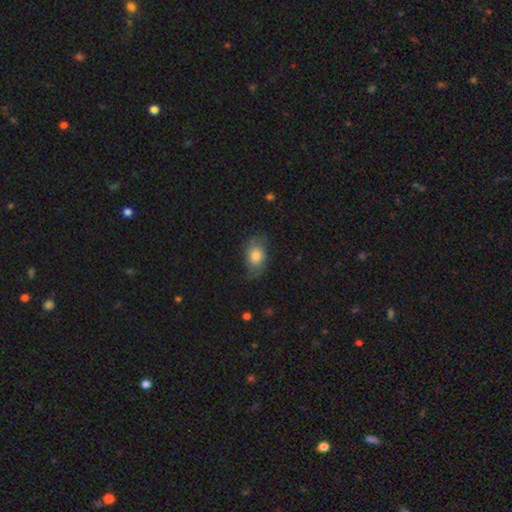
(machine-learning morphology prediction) smooth-or-featured: smooth: 73% | featured or disk: 19% | star or artifact: 8%
  how-rounded: in between: 78% | round: 20% | cigar-shaped: 2%
  merging: none: 65% | minor disturbance: 25% | major disturbance: 9% | merger: 1%